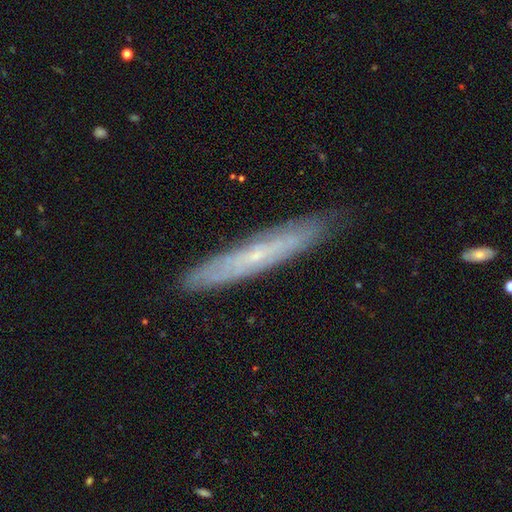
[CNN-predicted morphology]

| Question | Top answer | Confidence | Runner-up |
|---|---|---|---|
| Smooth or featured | featured or disk | 63% | smooth (30%) |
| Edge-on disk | yes | 70% | no (30%) |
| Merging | none | 85% | minor disturbance (11%) |